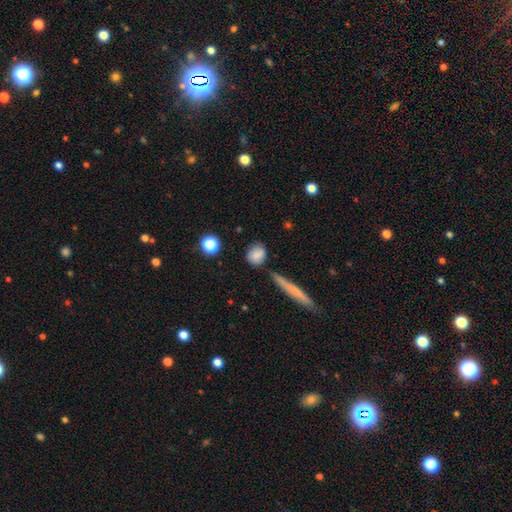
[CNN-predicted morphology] Q: Smooth or featured?
A: smooth (79%); runner-up: featured or disk (12%)
Q: How rounded?
A: round (61%); runner-up: in between (33%)
Q: Merging?
A: none (71%); runner-up: minor disturbance (17%)